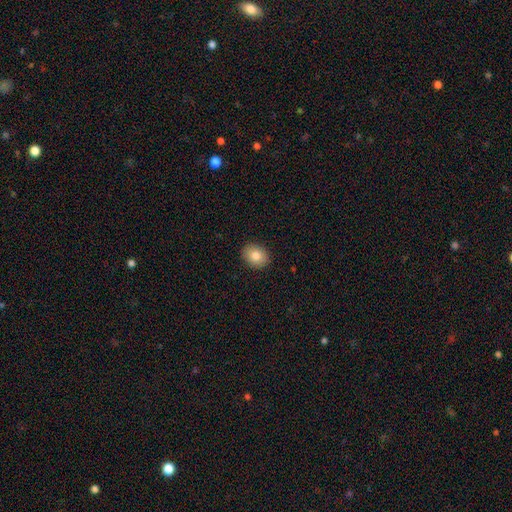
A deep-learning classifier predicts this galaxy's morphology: This appears to be a smooth galaxy with no disk features (82%) that is round (51%). Merging: none (90%).